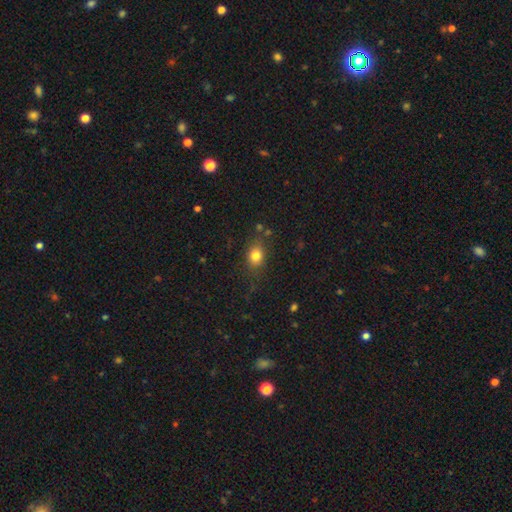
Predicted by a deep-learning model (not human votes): A smooth galaxy with no disk features (81%) that is in between round and cigar-shaped (55%). Merging: none (78%).